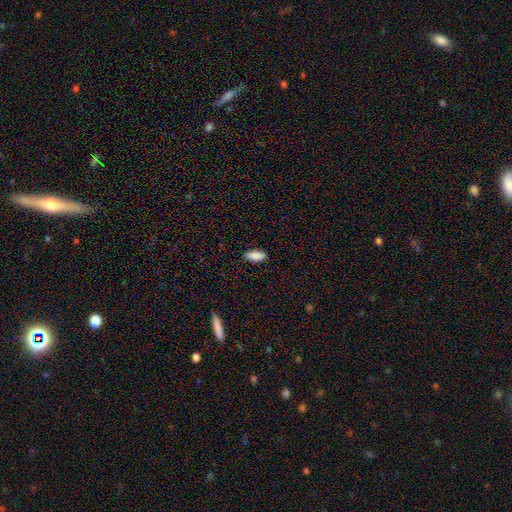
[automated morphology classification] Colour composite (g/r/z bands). It shows a smooth galaxy with no disk features (89%) that is in between round and cigar-shaped (85%). Merging: none (87%).